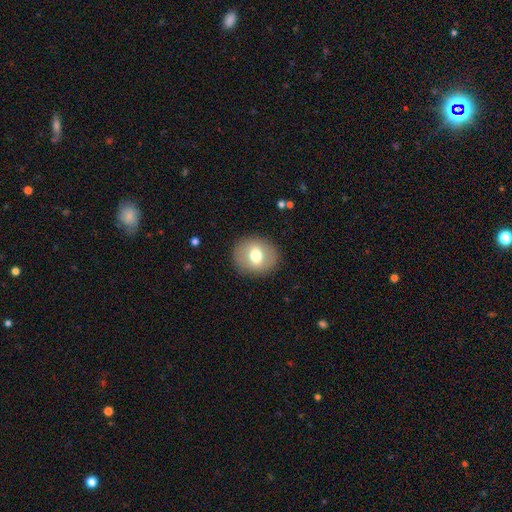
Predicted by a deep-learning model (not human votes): Morphology: type=smooth (67%); roundness=round (72%); merging=none (88%).